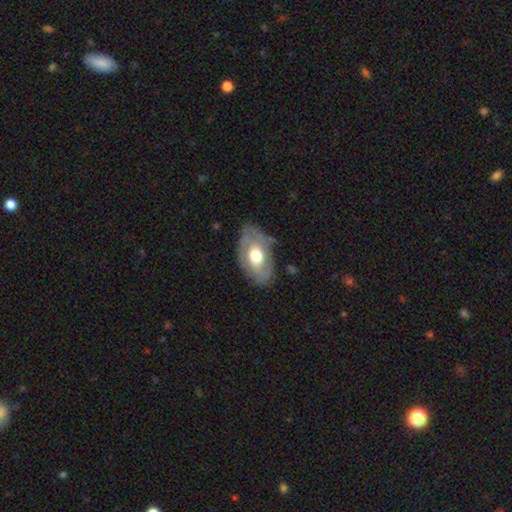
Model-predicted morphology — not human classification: type=featured or disk (52%); edge-on=no (89%); merging=none (65%).